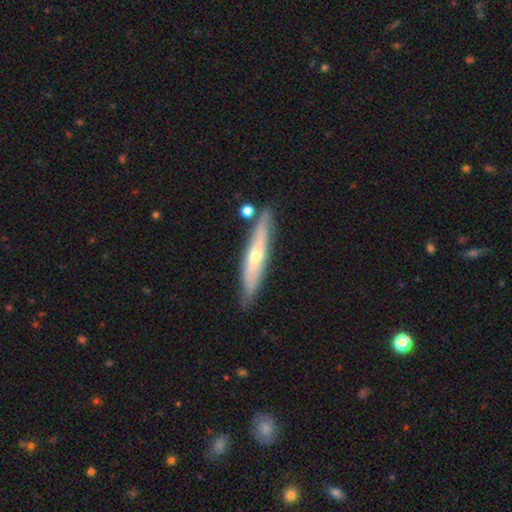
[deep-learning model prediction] The model was most divided on "smooth or featured": featured or disk: 60%, smooth: 34%, star or artifact: 6%. More confident: edge-on disk — yes (82%); merging — none (79%).